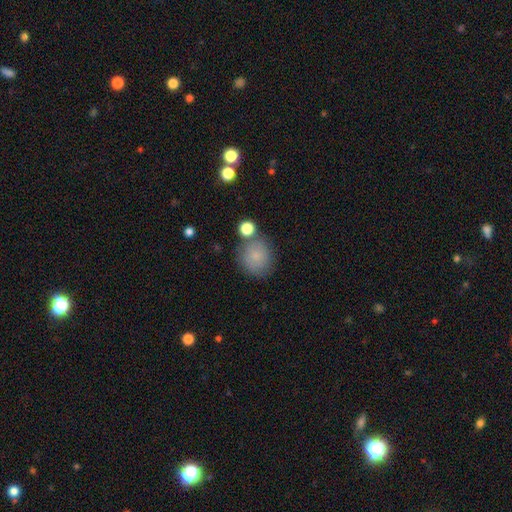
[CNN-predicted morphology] Smooth or featured? smooth (82%)
How rounded? round (81%)
Merging? none (72%)